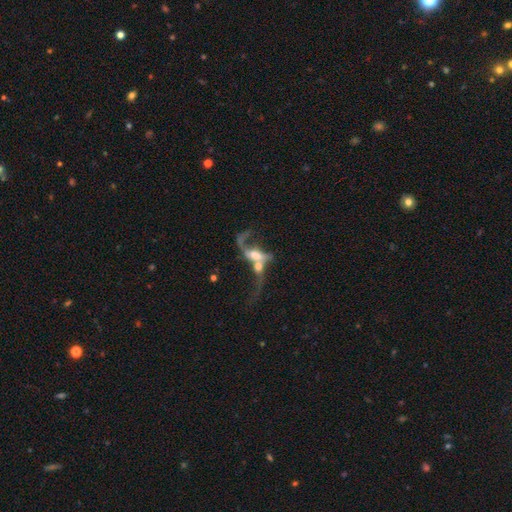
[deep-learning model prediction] smooth-or-featured: featured or disk: 67% | smooth: 23% | star or artifact: 10%
  disk-edge-on: no: 90% | yes: 10%
    bar: no: 59% | weak: 28% | strong: 13%
    has-spiral-arms: yes: 67% | no: 33%
    bulge-size: moderate: 35% | large: 29% | none: 15% | small: 14% | dominant: 7%
  merging: merger: 69% | major disturbance: 17% | none: 10% | minor disturbance: 5%